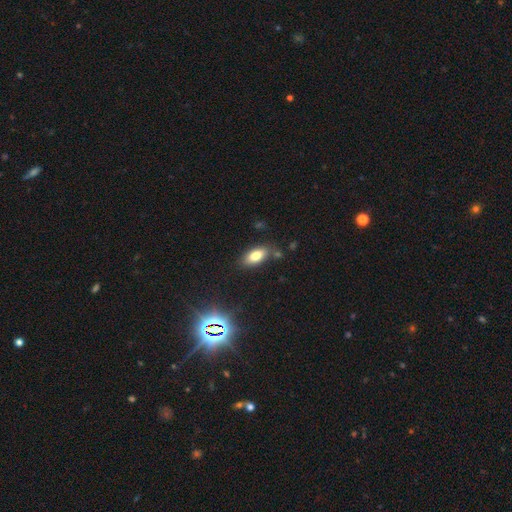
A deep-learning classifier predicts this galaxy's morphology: Smooth or featured?
  - smooth: 79% *
  - featured or disk: 12%
  - star or artifact: 9%
How rounded?
  - in between: 87% *
  - cigar-shaped: 9%
  - round: 4%
Merging?
  - none: 78% *
  - minor disturbance: 14%
  - merger: 5%
  - major disturbance: 3%